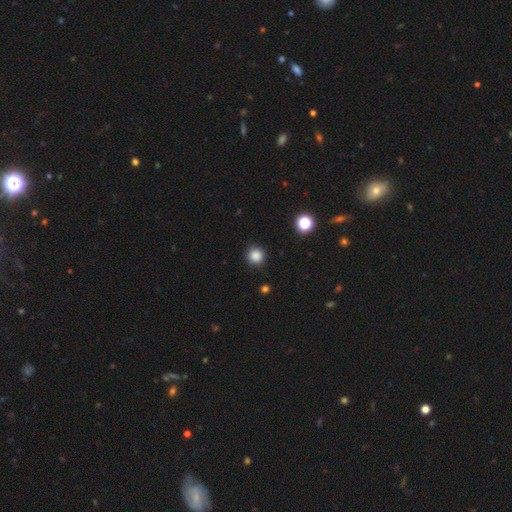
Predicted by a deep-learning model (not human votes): The model was most divided on "smooth or featured": smooth: 85%, star or artifact: 12%, featured or disk: 3%. More confident: how rounded — round (94%); merging — none (90%).